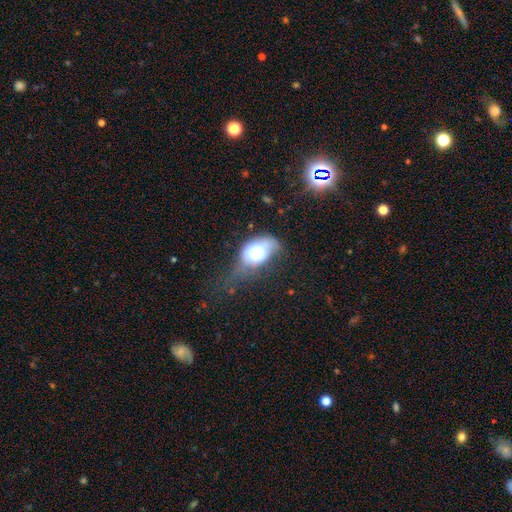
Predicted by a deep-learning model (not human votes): A smooth galaxy with no disk features (56%) that is in between round and cigar-shaped (70%). Merging: major disturbance (39%).